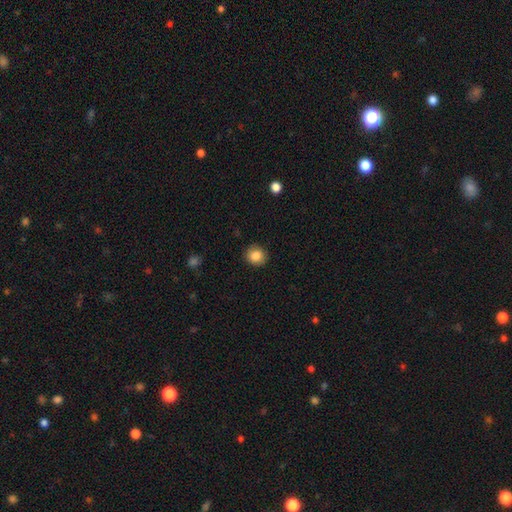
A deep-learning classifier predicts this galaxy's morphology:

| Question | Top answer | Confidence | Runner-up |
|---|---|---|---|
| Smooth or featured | smooth | 86% | star or artifact (9%) |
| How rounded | round | 86% | in between (13%) |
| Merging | none | 88% | minor disturbance (9%) |